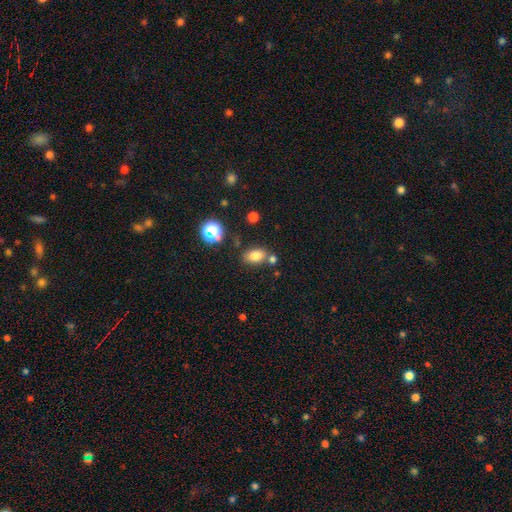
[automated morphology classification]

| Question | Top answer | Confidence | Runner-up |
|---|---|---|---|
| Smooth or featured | smooth | 78% | star or artifact (14%) |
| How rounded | in between | 83% | round (14%) |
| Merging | none | 67% | merger (16%) |